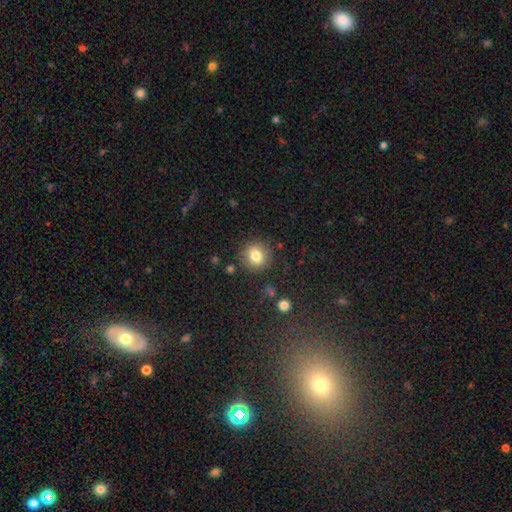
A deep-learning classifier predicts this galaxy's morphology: A smooth galaxy with no disk features (81%) that is round (86%).

Vote fractions:
- Smooth or featured? smooth: 81% / star or artifact: 10% / featured or disk: 9%
- How rounded? round: 86% / in between: 13% / cigar-shaped: 1%
- Merging? none: 86% / minor disturbance: 8% / major disturbance: 3% / merger: 2%